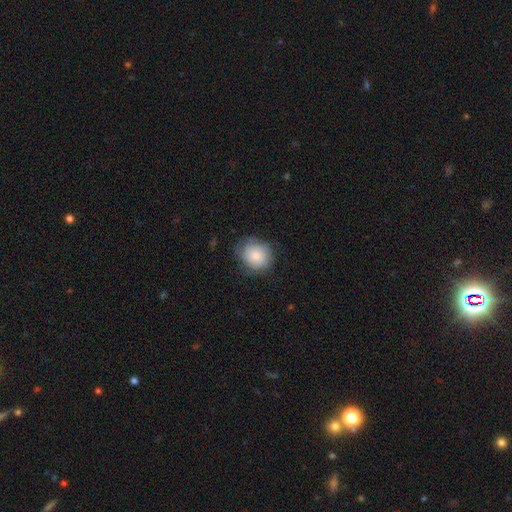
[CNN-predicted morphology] Smooth or featured? smooth (77%)
How rounded? round (79%)
Merging? none (68%)